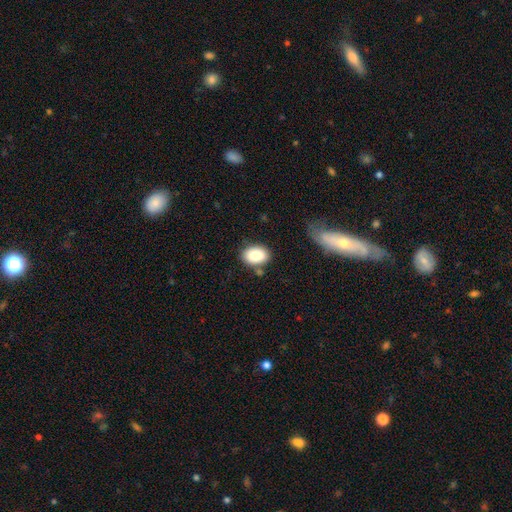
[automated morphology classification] This appears to be a smooth galaxy with no disk features (84%) that is in between round and cigar-shaped (81%). Merging: none (75%).